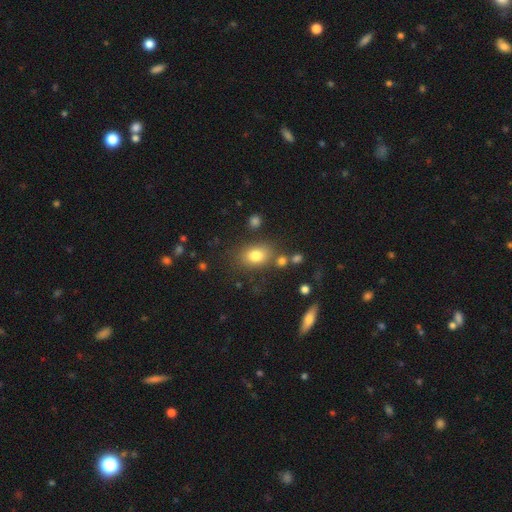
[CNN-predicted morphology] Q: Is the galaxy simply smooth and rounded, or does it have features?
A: smooth — 80%.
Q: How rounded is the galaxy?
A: in between — 70%.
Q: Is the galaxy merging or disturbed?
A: none — 74%.